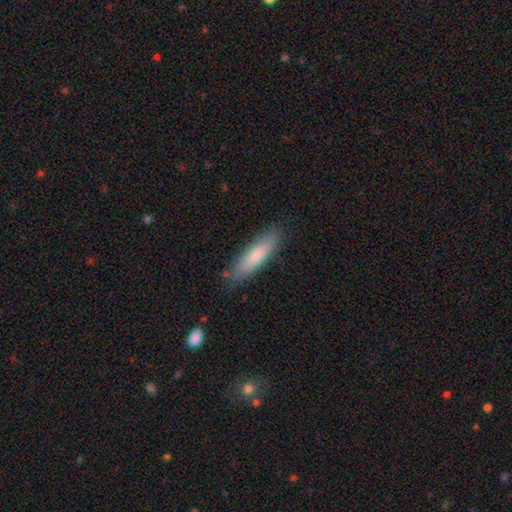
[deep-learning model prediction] Smooth or featured?
  - smooth: 76% *
  - featured or disk: 18%
  - star or artifact: 6%
How rounded?
  - cigar-shaped: 75% *
  - in between: 24%
  - round: 1%
Merging?
  - none: 83% *
  - minor disturbance: 13%
  - major disturbance: 3%
  - merger: 2%